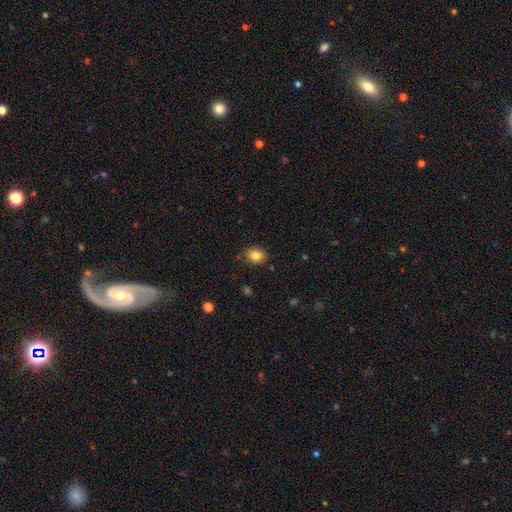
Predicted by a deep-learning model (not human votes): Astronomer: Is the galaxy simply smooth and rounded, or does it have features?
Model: smooth — 83%.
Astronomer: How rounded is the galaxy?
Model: round — 67%.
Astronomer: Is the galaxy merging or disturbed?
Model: none — 81%.